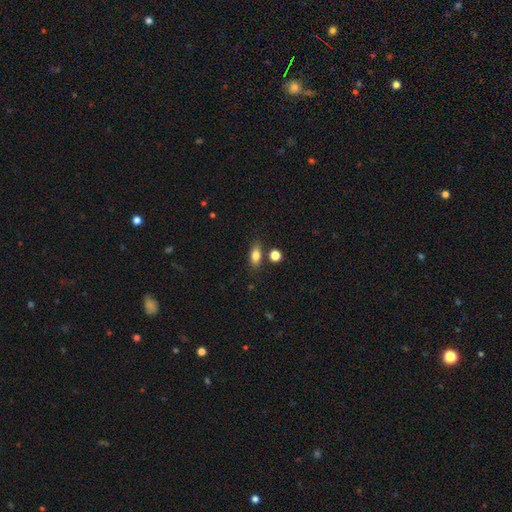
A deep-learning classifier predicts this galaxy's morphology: This appears to be a smooth galaxy with no disk features (79%) that is in between round and cigar-shaped (79%). Merging: none (75%).